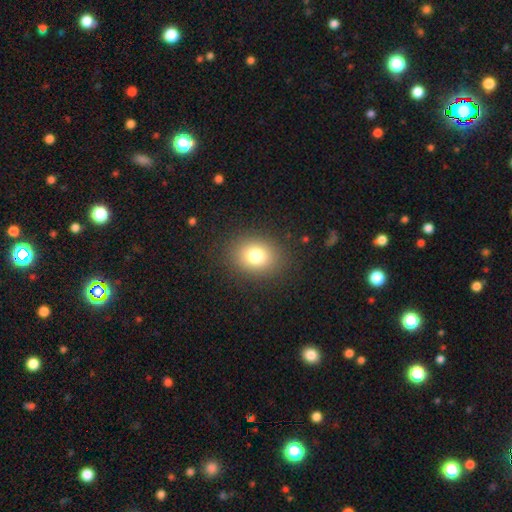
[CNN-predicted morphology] Overall: smooth (77%). How rounded: round (56%; in between 43%). Merging: none (88%).